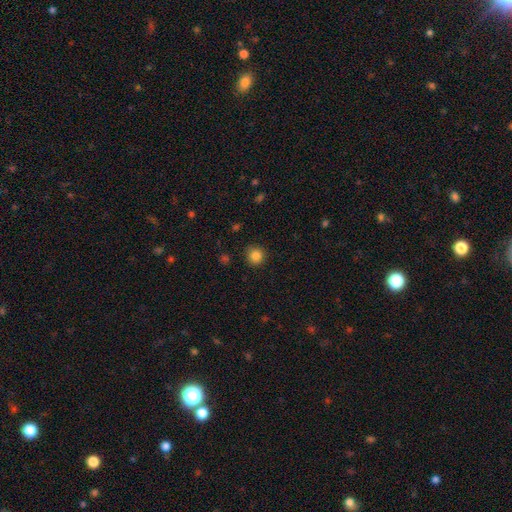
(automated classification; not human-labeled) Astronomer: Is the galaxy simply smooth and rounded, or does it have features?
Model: smooth — 84%.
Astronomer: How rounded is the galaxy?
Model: round — 93%.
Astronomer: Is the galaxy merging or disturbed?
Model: none — 90%.